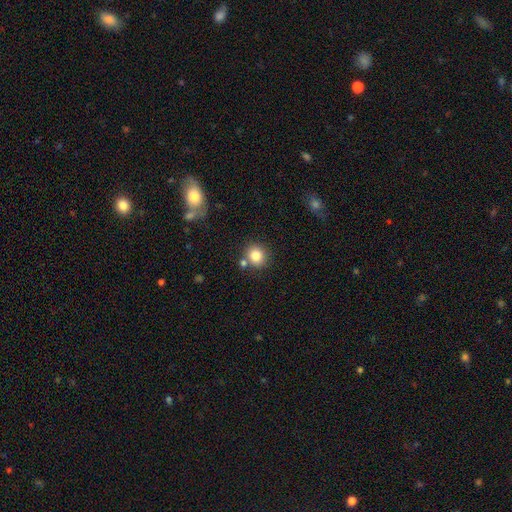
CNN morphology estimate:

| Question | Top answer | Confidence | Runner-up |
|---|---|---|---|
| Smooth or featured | smooth | 83% | star or artifact (10%) |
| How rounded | round | 82% | in between (17%) |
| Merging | none | 73% | merger (13%) |